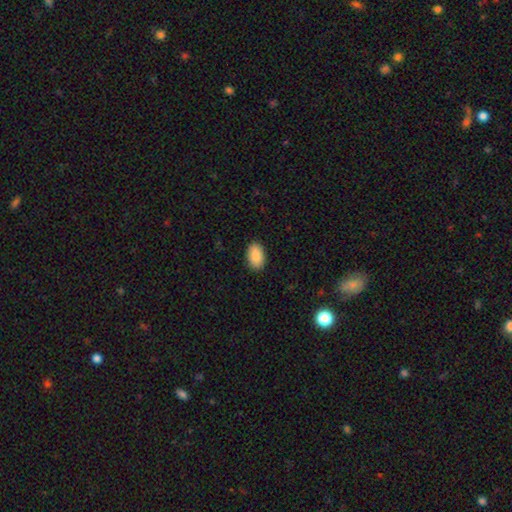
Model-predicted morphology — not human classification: The model was most divided on "merging": none: 89%, minor disturbance: 8%, major disturbance: 2%, merger: 1%. More confident: how rounded — in between (94%); smooth or featured — smooth (90%).